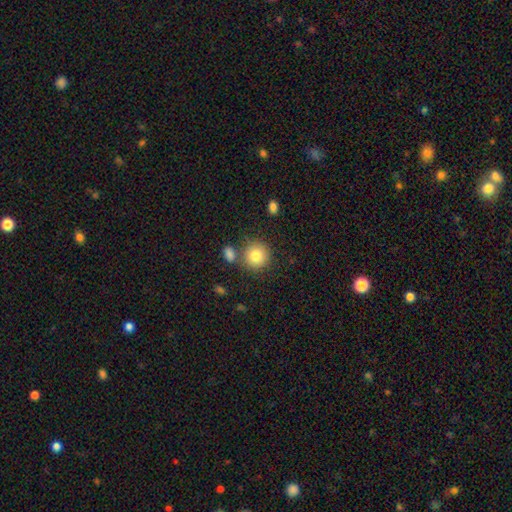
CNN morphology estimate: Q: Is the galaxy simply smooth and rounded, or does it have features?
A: smooth — 83%.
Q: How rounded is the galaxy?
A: round — 91%.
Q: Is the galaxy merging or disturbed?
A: none — 75%.